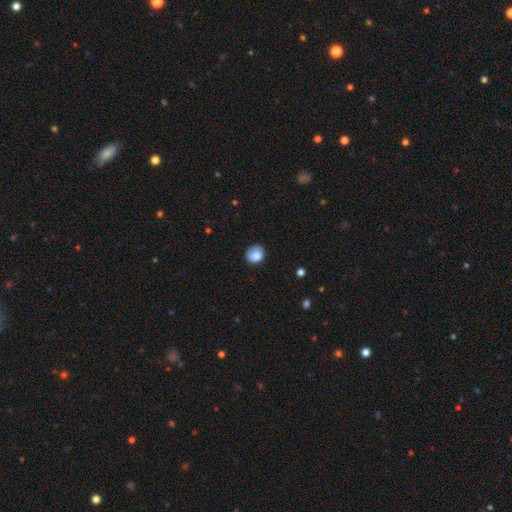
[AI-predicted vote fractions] smooth 85%, star or artifact 9%, featured or disk 6%. Down the decision tree: how rounded — round (72%); merging — none (75%).